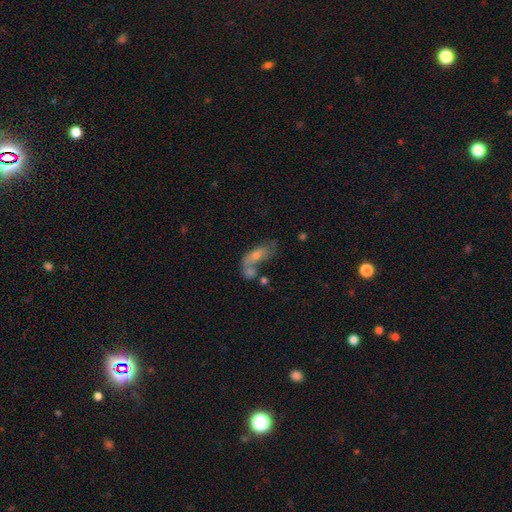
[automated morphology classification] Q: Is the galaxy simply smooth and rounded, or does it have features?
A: featured or disk — 44%.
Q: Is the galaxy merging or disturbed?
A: merger — 41%.